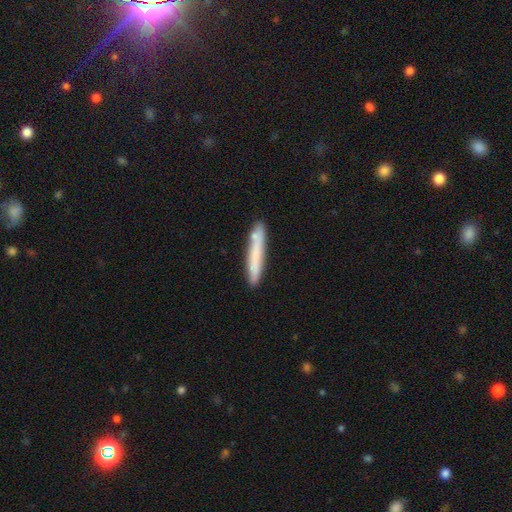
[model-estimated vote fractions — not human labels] smooth-or-featured: smooth: 69% | featured or disk: 25% | star or artifact: 6%
  how-rounded: cigar-shaped: 95% | in between: 4% | round: 1%
  merging: none: 81% | minor disturbance: 12% | merger: 5% | major disturbance: 2%